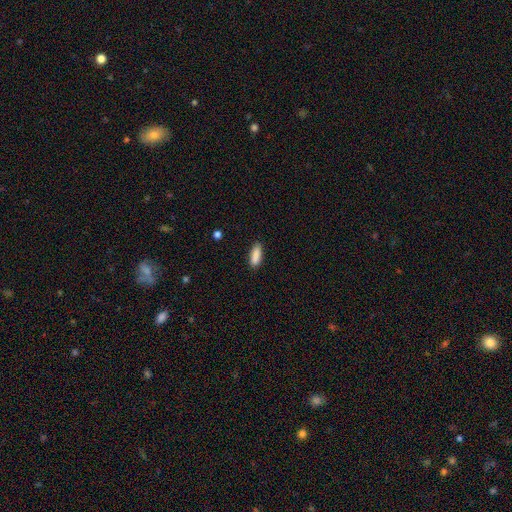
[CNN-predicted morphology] This is clearly a smooth galaxy (89%). How rounded: likely in between (64%). Merging: clearly none (85%).